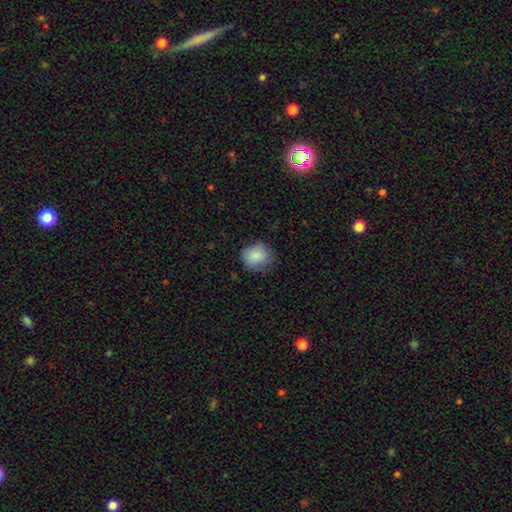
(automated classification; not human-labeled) Smooth or featured: smooth — 86% (star or artifact — 8%)
How rounded: round — 76% (in between — 23%)
Merging: none — 72% (minor disturbance — 22%)